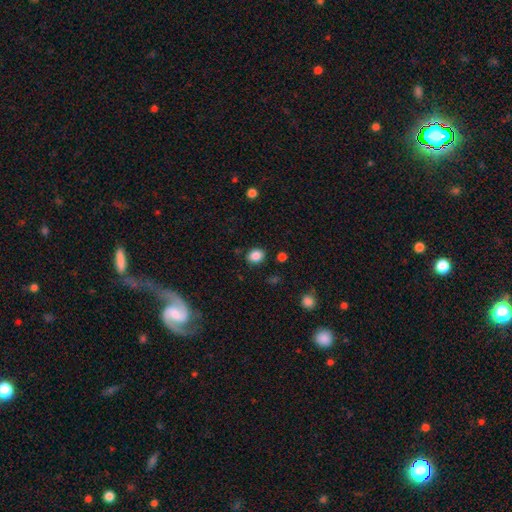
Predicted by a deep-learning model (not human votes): smooth-or-featured: smooth: 87% | star or artifact: 10% | featured or disk: 4%
  how-rounded: round: 51% | in between: 48% | cigar-shaped: 1%
  merging: none: 84% | minor disturbance: 11% | major disturbance: 3% | merger: 2%